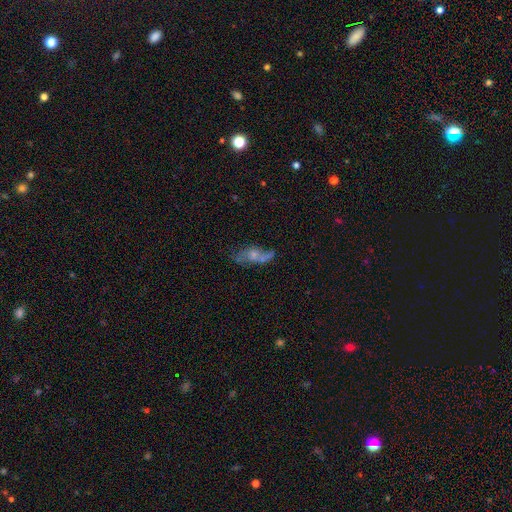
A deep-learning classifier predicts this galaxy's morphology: Overall: featured or disk (56%; smooth 32%). Edge-on disk: no (87%). Merging: none (43%; major disturbance 23%).